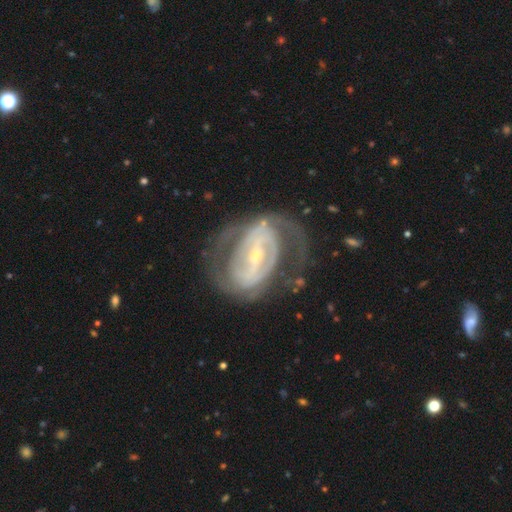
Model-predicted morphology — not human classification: type=featured or disk (87%); edge-on=no (95%); bar=strong (60%); spiral arms=yes (87%); winding=tight (50%); arm count=2 (57%); bulge=small (67%); merging=none (61%).